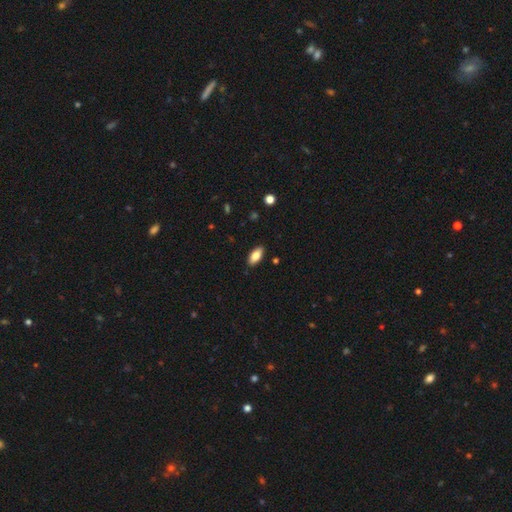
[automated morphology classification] type=smooth (82%); roundness=in between (90%); merging=none (89%).